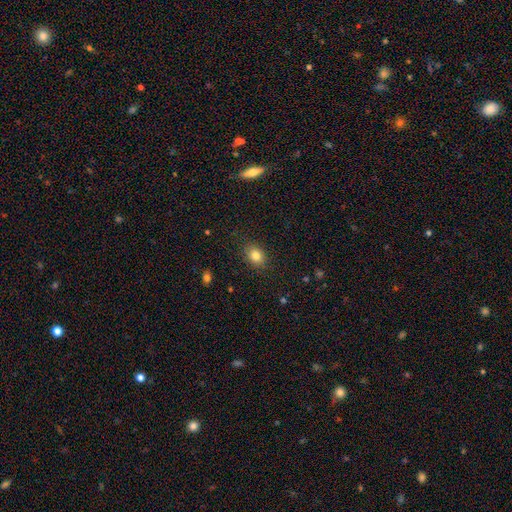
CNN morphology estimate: Smooth or featured? Predicted: smooth (p=0.82). How rounded? Predicted: in between (p=0.60). Merging? Predicted: none (p=0.87).